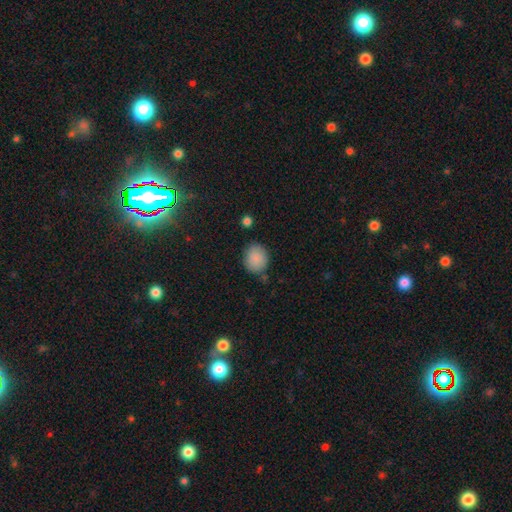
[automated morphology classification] This is clearly a smooth galaxy (88%). How rounded: likely round (67%). Merging: likely none (80%).